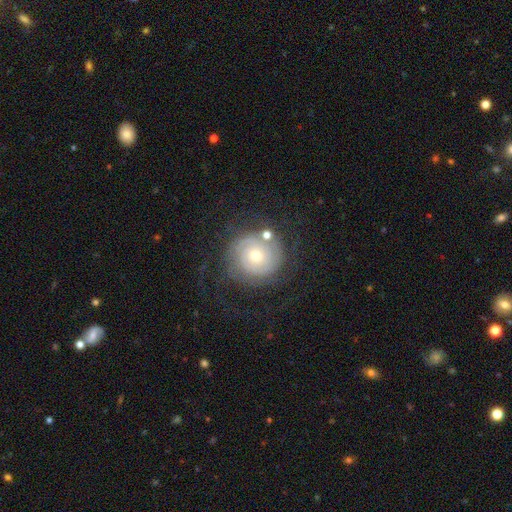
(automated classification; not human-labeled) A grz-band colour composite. It shows a featured or disk galaxy (71%) with no bar (79%), 2 (39%) tight (75%) spiral arms (89%) and a moderate central bulge (48%). Merging: none (71%).